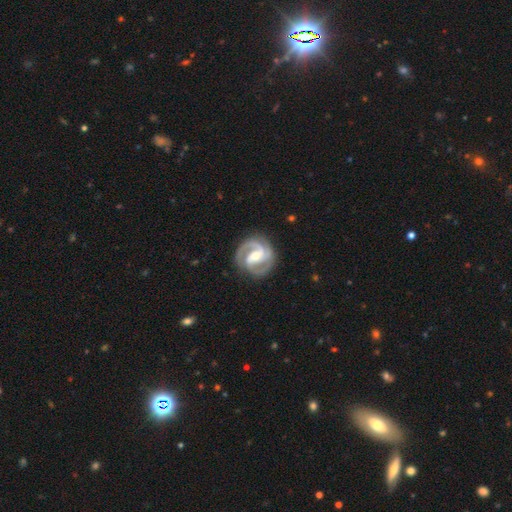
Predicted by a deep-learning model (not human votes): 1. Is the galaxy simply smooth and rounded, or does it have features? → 92% featured or disk, 4% smooth, 4% star or artifact.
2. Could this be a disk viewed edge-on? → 98% no, 2% yes.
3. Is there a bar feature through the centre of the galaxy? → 43% weak, 38% strong, 19% no.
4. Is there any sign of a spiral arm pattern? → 98% yes, 2% no.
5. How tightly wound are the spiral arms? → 48% tight, 45% medium, 7% loose.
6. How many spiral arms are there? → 72% 2, 18% 3, 3% can't tell, 2% 1, 2% 4, 2% more than 4.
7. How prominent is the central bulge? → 59% moderate, 36% small, 3% large, 1% none, 1% dominant.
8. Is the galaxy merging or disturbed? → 82% none, 12% minor disturbance, 4% major disturbance, 1% merger.